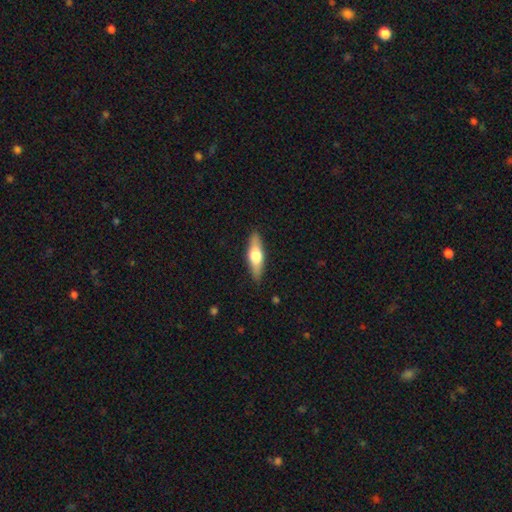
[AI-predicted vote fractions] This appears to be a smooth galaxy with no disk features (53%) that is cigar-shaped (54%). Merging: none (88%).